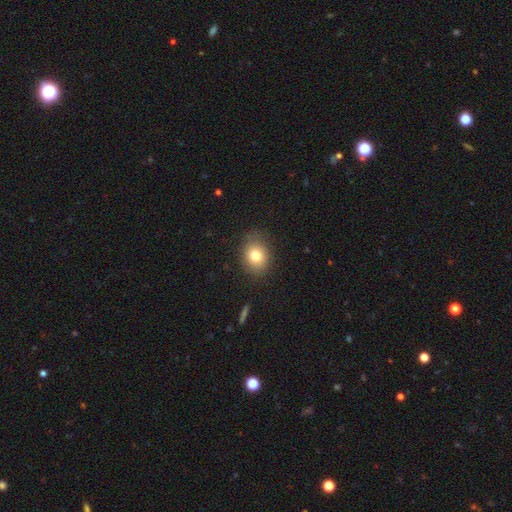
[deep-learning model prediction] A smooth galaxy with no disk features (78%) that is round (54%). Merging: none (80%).